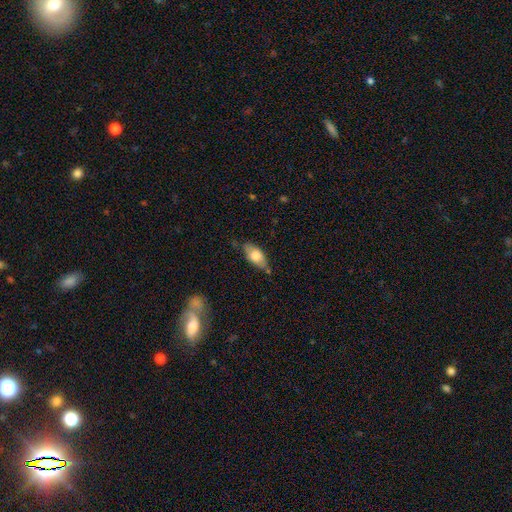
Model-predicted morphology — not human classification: smooth 67%, featured or disk 27%, star or artifact 6%. Down the decision tree: how rounded — in between (85%); merging — none (68%).